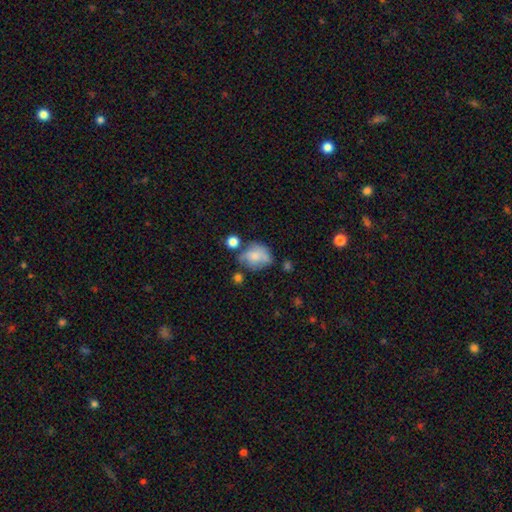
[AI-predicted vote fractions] Smooth or featured? Predicted: smooth (p=0.67). How rounded? Predicted: round (p=0.54). Merging? Predicted: none (p=0.41).